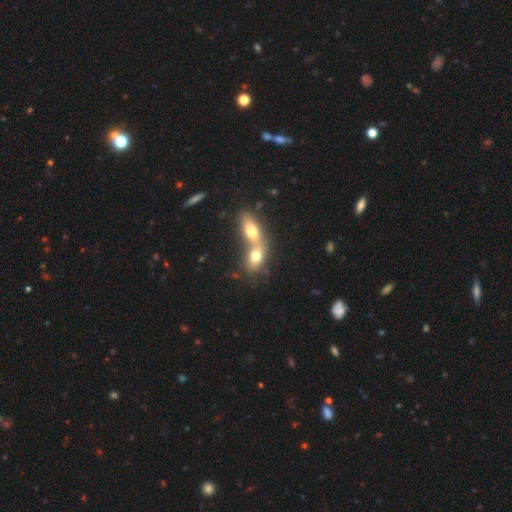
Smooth or featured: smooth — 82% (featured or disk — 13%)
How rounded: in between — 81% (round — 12%)
Merging: merger — 84% (none — 14%)